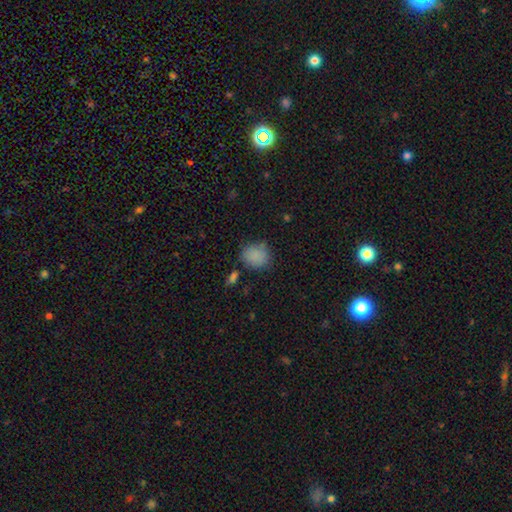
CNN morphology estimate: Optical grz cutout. It shows a smooth galaxy with no disk features (84%) that is round (71%). Merging: none (73%).